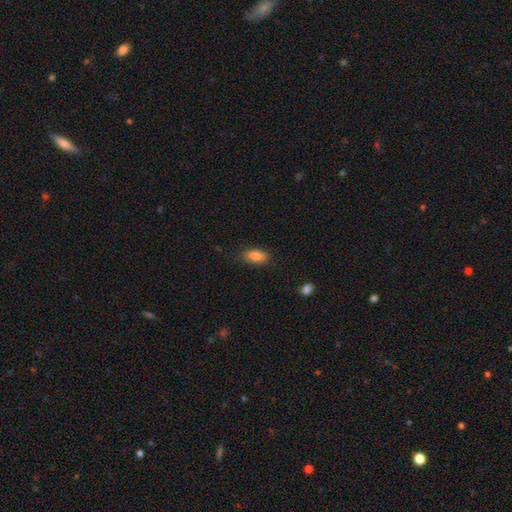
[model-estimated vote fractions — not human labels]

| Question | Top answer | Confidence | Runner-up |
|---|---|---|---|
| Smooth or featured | smooth | 87% | star or artifact (8%) |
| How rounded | in between | 90% | cigar-shaped (5%) |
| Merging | none | 77% | minor disturbance (18%) |